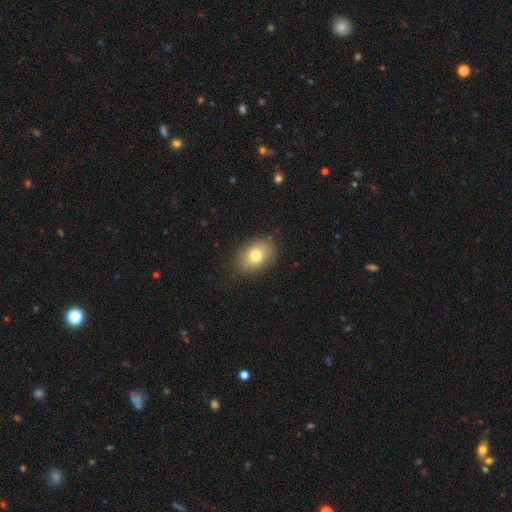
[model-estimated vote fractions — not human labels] A smooth galaxy with no disk features (78%) that is in between round and cigar-shaped (81%). Merging: none (83%).